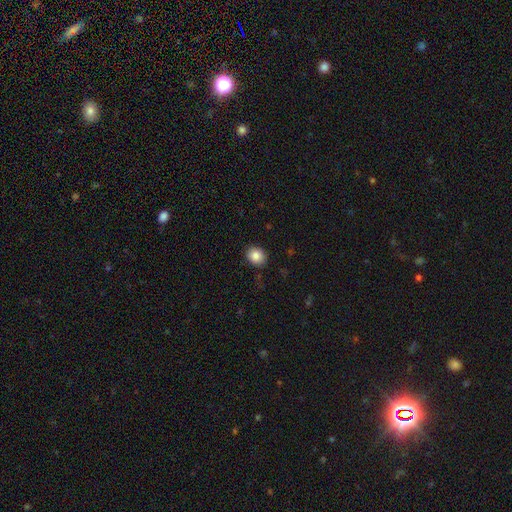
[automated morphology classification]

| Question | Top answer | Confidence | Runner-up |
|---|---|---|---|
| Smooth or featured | smooth | 85% | star or artifact (9%) |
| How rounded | round | 65% | in between (34%) |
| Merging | none | 88% | minor disturbance (9%) |